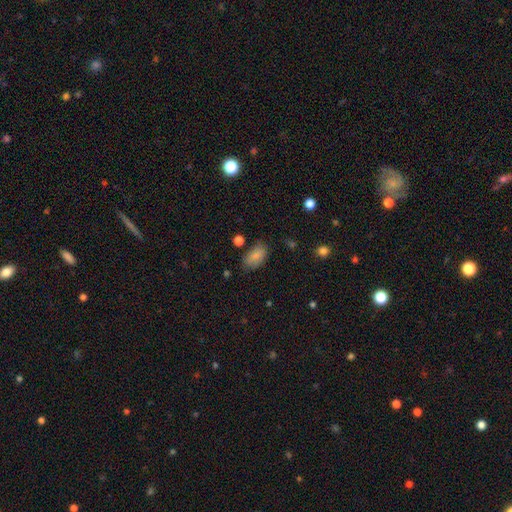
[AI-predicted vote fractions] smooth-or-featured: smooth: 84% | star or artifact: 8% | featured or disk: 7%
  how-rounded: in between: 92% | round: 6% | cigar-shaped: 2%
  merging: none: 73% | minor disturbance: 19% | major disturbance: 5% | merger: 3%